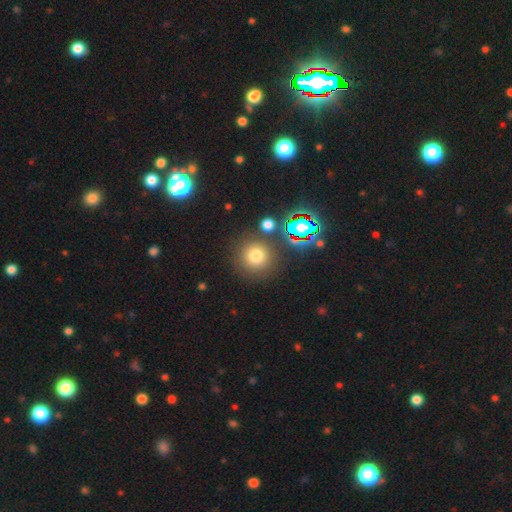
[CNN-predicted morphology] This is likely a smooth galaxy (72%). How rounded: clearly round (94%). Merging: clearly none (82%).